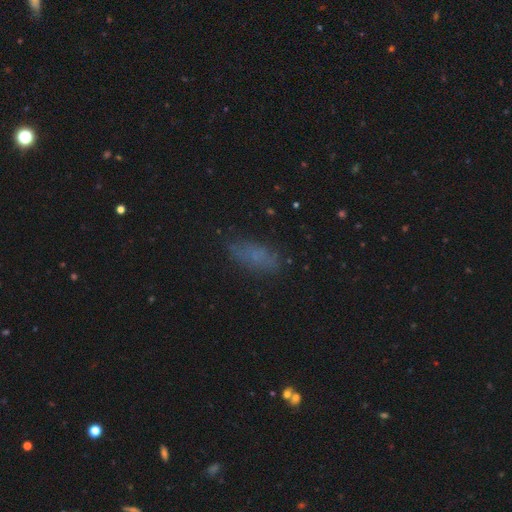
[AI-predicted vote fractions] Q: Smooth or featured?
A: smooth (67%); runner-up: star or artifact (17%)
Q: How rounded?
A: in between (78%); runner-up: cigar-shaped (18%)
Q: Merging?
A: none (71%); runner-up: minor disturbance (19%)